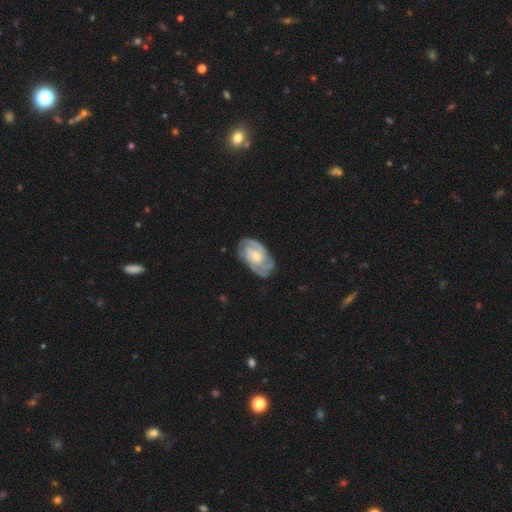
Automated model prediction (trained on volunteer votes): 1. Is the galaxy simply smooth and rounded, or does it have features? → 85% featured or disk, 11% smooth, 5% star or artifact.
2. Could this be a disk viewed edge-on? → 97% no, 3% yes.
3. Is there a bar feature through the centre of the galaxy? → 61% no, 33% weak, 6% strong.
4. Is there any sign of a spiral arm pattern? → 96% yes, 4% no.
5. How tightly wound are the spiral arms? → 56% tight, 37% medium, 7% loose.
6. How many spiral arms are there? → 33% 3, 32% 2, 18% can't tell, 8% 4, 4% 1, 4% more than 4.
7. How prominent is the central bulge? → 50% moderate, 39% small, 5% large, 4% none, 1% dominant.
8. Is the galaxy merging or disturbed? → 74% none, 19% minor disturbance, 6% major disturbance, 1% merger.